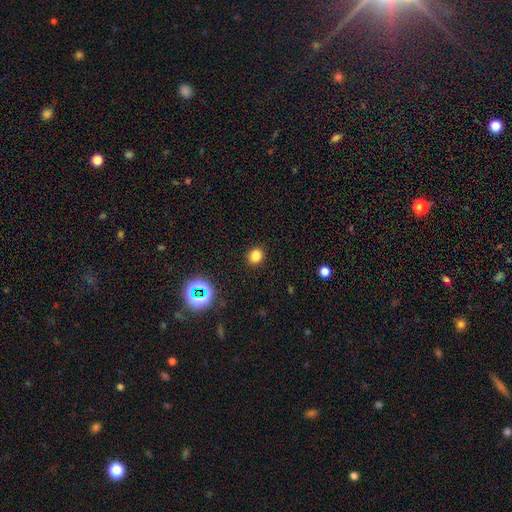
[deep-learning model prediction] Smooth or featured?
  - smooth: 80% *
  - star or artifact: 15%
  - featured or disk: 4%
How rounded?
  - round: 75% *
  - in between: 24%
  - cigar-shaped: 1%
Merging?
  - none: 91% *
  - minor disturbance: 6%
  - major disturbance: 2%
  - merger: 1%